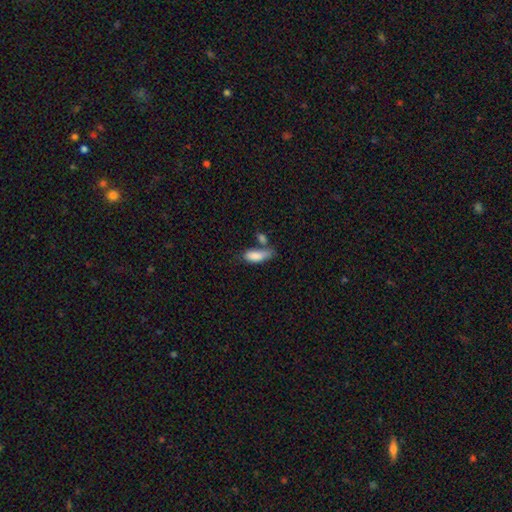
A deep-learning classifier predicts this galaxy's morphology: type=smooth (83%); roundness=in between (67%); merging=none (37%).